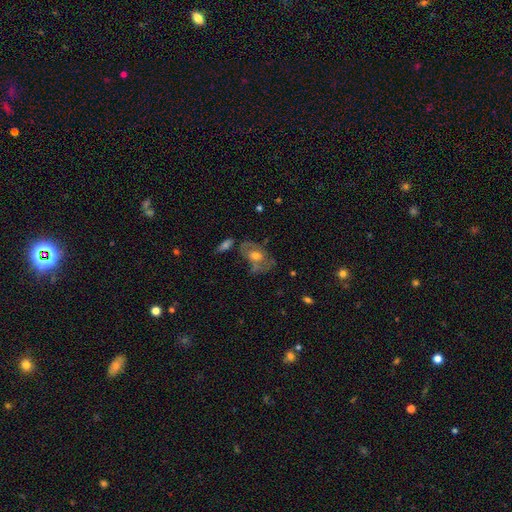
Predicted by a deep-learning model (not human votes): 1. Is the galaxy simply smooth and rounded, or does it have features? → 58% featured or disk, 33% smooth, 9% star or artifact.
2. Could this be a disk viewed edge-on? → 92% no, 8% yes.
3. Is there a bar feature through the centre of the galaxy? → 70% no, 24% weak, 6% strong.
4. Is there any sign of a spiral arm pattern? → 52% no, 48% yes.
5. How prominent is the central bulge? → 67% moderate, 18% small, 12% large, 2% none, 1% dominant.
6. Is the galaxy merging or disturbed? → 53% none, 21% minor disturbance, 14% major disturbance, 13% merger.